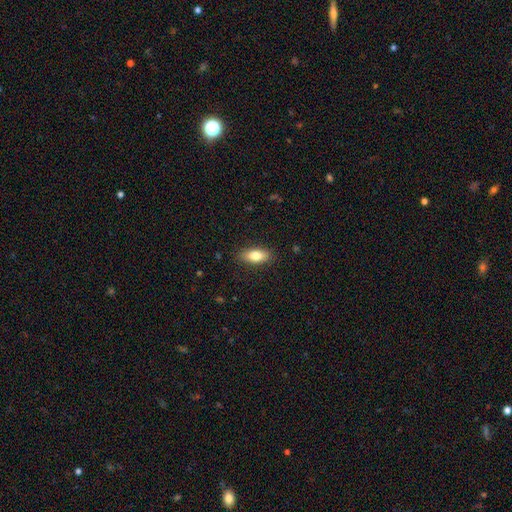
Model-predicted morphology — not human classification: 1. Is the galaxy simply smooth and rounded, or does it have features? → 81% smooth, 12% featured or disk, 7% star or artifact.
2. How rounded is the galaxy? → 83% in between, 14% cigar-shaped, 3% round.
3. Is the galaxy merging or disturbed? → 87% none, 9% minor disturbance, 2% major disturbance, 1% merger.